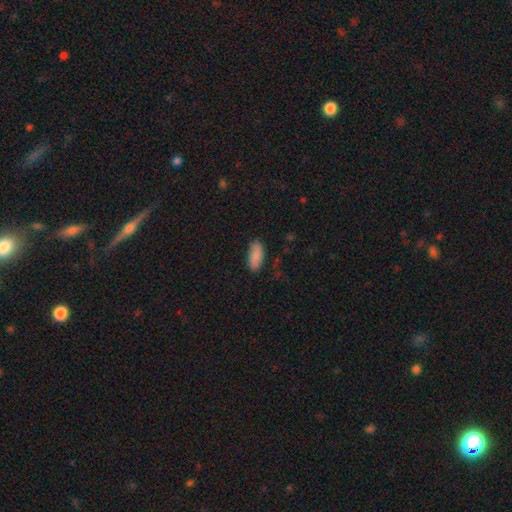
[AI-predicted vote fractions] This appears to be a smooth galaxy with no disk features (86%) that is in between round and cigar-shaped (88%). Merging: none (82%).